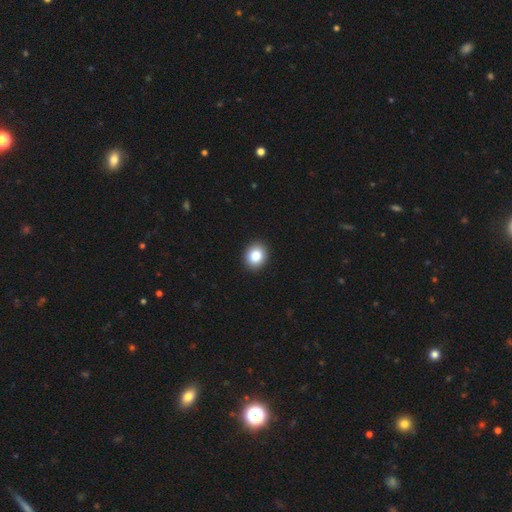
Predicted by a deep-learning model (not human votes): Smooth or featured? smooth (86%)
How rounded? round (69%)
Merging? none (92%)